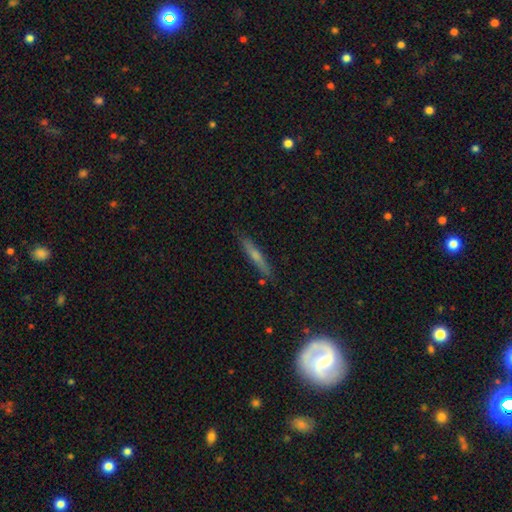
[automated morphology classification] This appears to be a smooth galaxy with no disk features (47%). Merging: none (86%).